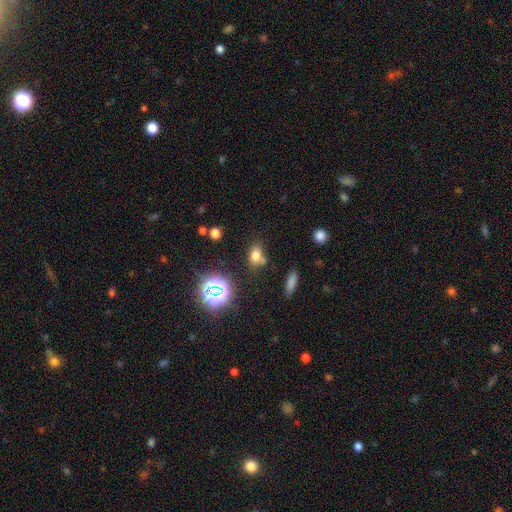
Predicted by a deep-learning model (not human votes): smooth-or-featured: smooth: 69% | star or artifact: 22% | featured or disk: 10%
  how-rounded: in between: 72% | round: 24% | cigar-shaped: 3%
  merging: none: 63% | merger: 16% | minor disturbance: 15% | major disturbance: 5%